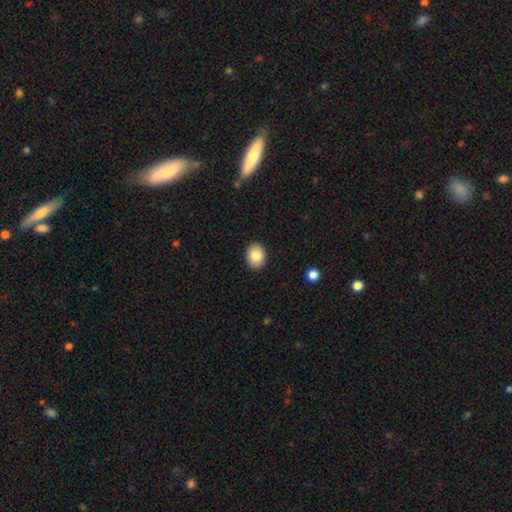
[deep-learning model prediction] Q: Smooth or featured?
A: smooth (84%); runner-up: star or artifact (8%)
Q: How rounded?
A: round (51%); runner-up: in between (48%)
Q: Merging?
A: none (91%); runner-up: minor disturbance (7%)